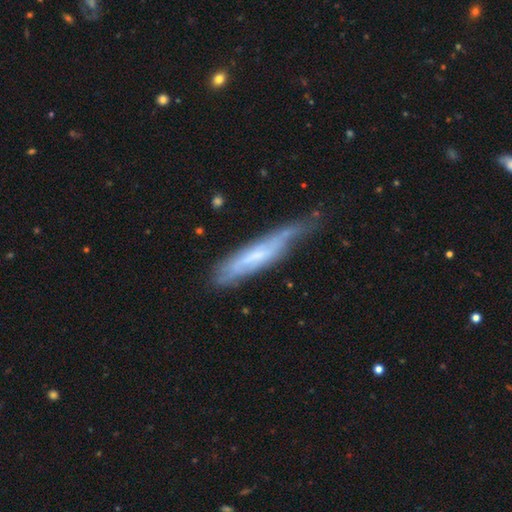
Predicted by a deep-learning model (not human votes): The model was most divided on "merging": none: 45%, minor disturbance: 37%, major disturbance: 14%, merger: 4%. More confident: edge-on disk — yes (60%); smooth or featured — featured or disk (54%).